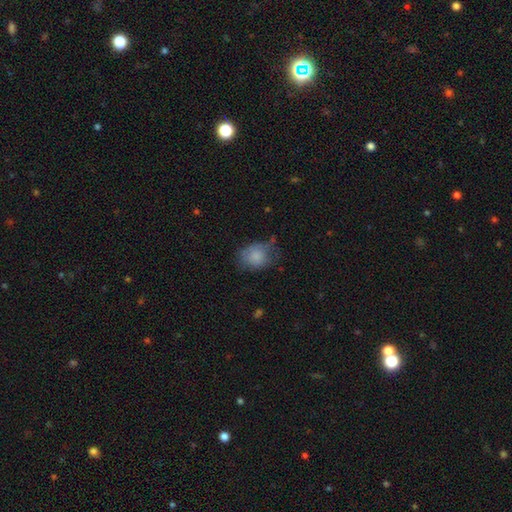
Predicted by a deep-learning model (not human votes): Overall: smooth (81%). How rounded: round (52%; in between 47%). Merging: none (49%; minor disturbance 34%).